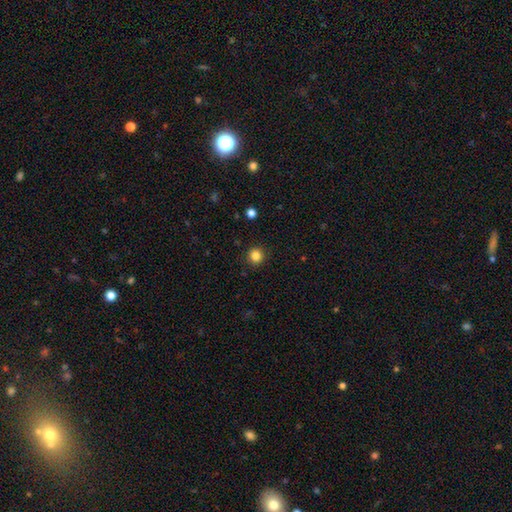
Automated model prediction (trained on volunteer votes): This appears to be a smooth galaxy with no disk features (84%) that is round (94%). Merging: none (92%).